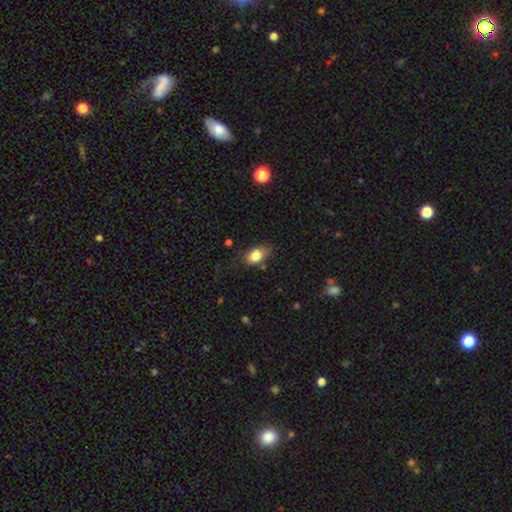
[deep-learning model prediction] smooth_or_featured: smooth (p=0.82) [alt: featured or disk p=0.09]
how_rounded: in between (p=0.80) [alt: round p=0.18]
merging: none (p=0.64) [alt: minor disturbance p=0.26]